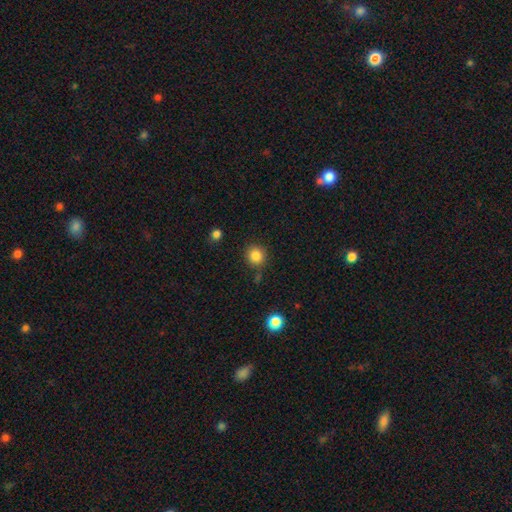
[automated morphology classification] A smooth galaxy with no disk features (85%) that is round (91%). Merging: none (83%).